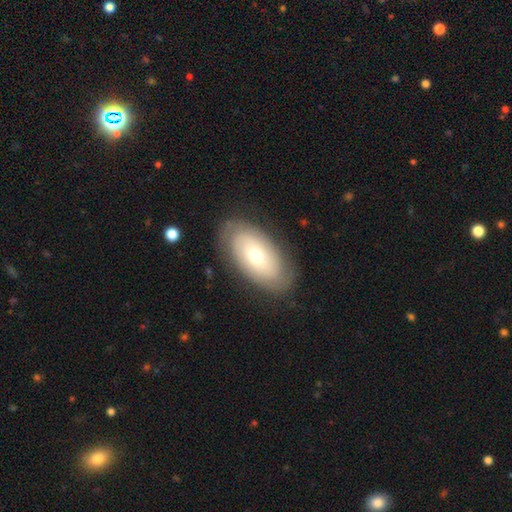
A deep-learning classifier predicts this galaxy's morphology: Smooth or featured? Predicted: smooth (p=0.48). Merging? Predicted: none (p=0.81).